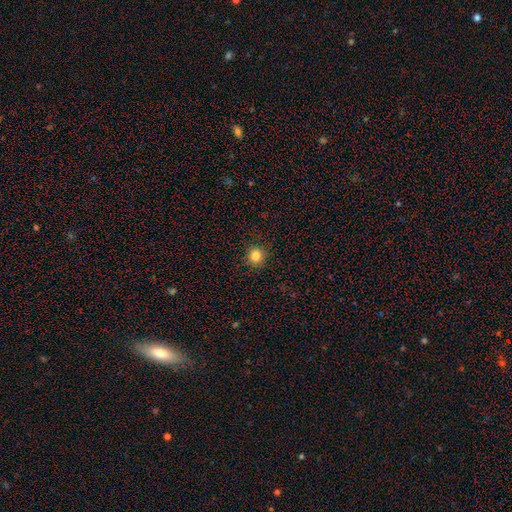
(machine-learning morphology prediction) smooth-or-featured: smooth: 83% | star or artifact: 12% | featured or disk: 5%
  how-rounded: round: 92% | in between: 7% | cigar-shaped: 1%
  merging: none: 91% | minor disturbance: 6% | major disturbance: 2% | merger: 1%